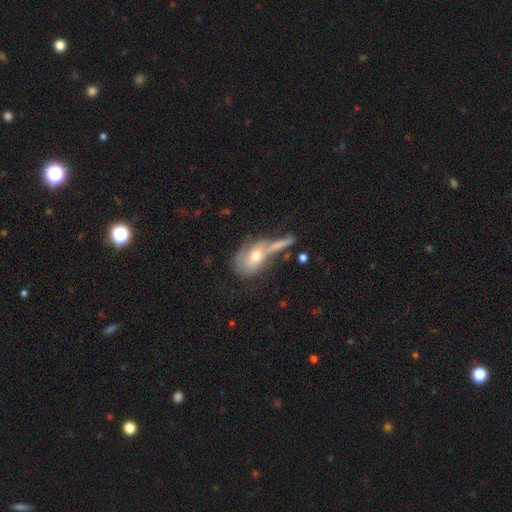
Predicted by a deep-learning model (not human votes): smooth_or_featured: smooth (p=0.48) [alt: featured or disk p=0.43]
merging: merger (p=0.38) [alt: none p=0.27]